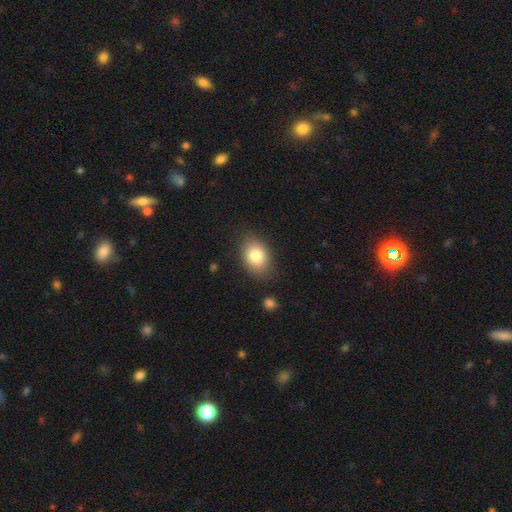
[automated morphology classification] Overall: smooth (82%). How rounded: in between (73%). Merging: none (82%).